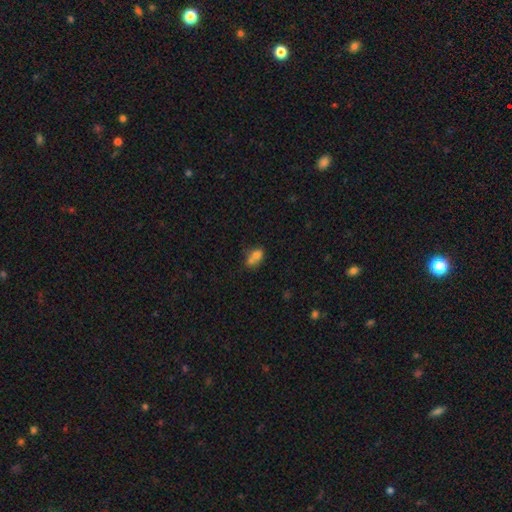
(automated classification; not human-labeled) The model was most divided on "merging": merger: 52%, none: 29%, minor disturbance: 13%, major disturbance: 7%. More confident: smooth or featured — smooth (69%); how rounded — in between (65%).